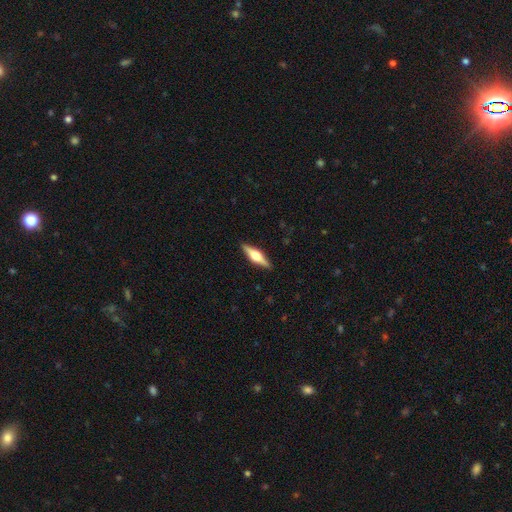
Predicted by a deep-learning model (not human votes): Overall: featured or disk (66%; smooth 29%). Edge-on disk: yes (97%). Edge-on bulge: rounded (93%). Merging: none (91%).